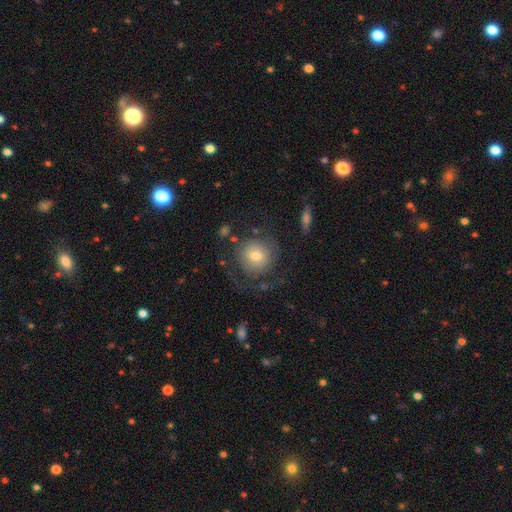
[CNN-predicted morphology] Overall: smooth (52%; featured or disk 39%). How rounded: round (89%). Merging: none (64%).